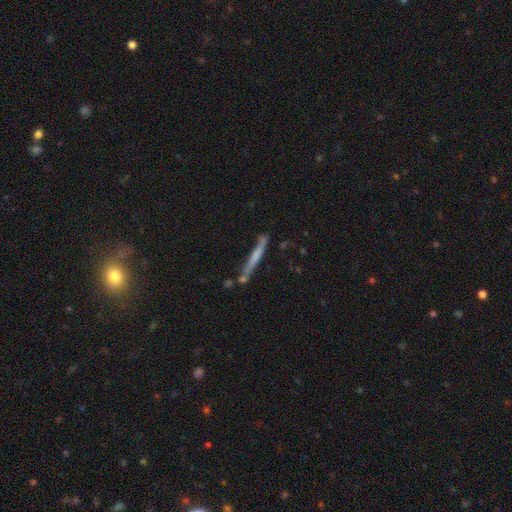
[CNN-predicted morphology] Q: Smooth or featured?
A: smooth (48%); runner-up: featured or disk (45%)
Q: Merging?
A: none (68%); runner-up: minor disturbance (17%)